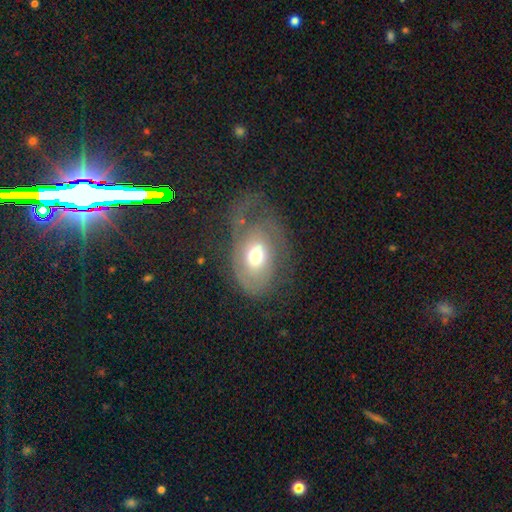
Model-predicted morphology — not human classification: Smooth or featured? Predicted: featured or disk (p=0.46). Merging? Predicted: major disturbance (p=0.44).